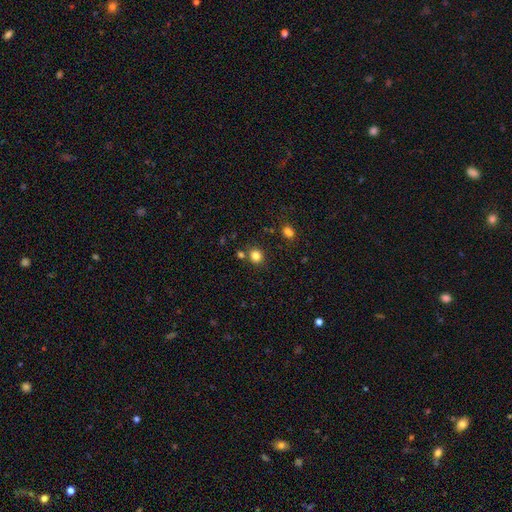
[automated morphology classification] Smooth or featured?
  - smooth: 82% *
  - star or artifact: 13%
  - featured or disk: 5%
How rounded?
  - round: 83% *
  - in between: 16%
  - cigar-shaped: 1%
Merging?
  - none: 78% *
  - merger: 10%
  - minor disturbance: 9%
  - major disturbance: 3%